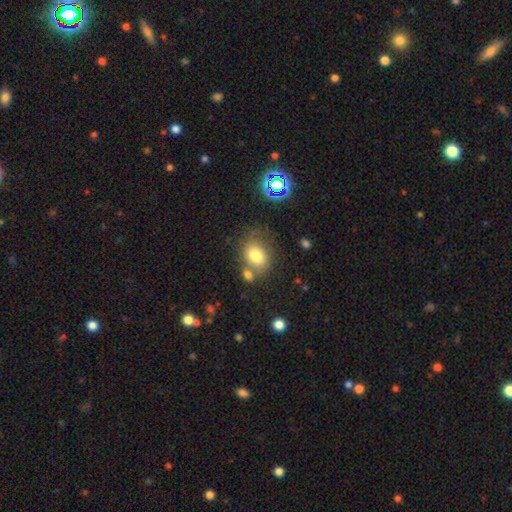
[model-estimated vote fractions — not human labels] The model was most divided on "how rounded": in between: 50%, round: 49%, cigar-shaped: 1%. More confident: smooth or featured — smooth (76%); merging — none (57%).